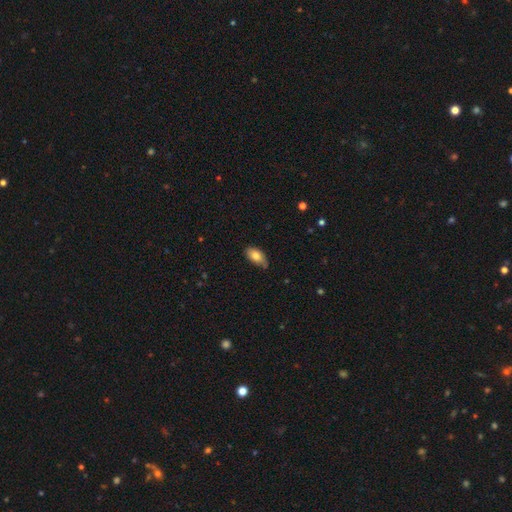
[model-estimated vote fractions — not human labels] Smooth or featured: smooth — 79% (featured or disk — 14%)
How rounded: in between — 93% (round — 4%)
Merging: none — 62% (minor disturbance — 31%)